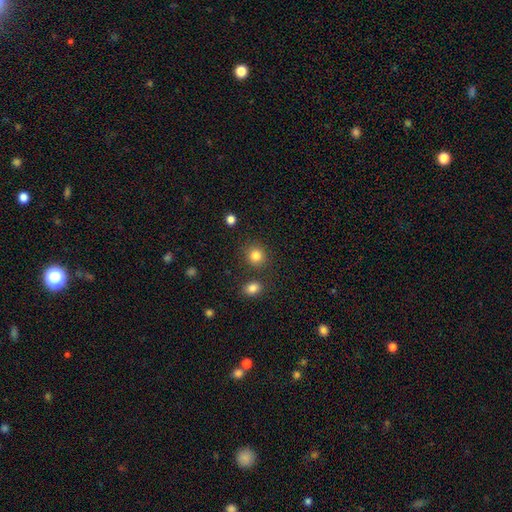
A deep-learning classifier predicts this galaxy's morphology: smooth 84%, star or artifact 11%, featured or disk 5%. Down the decision tree: how rounded — round (87%); merging — none (82%).